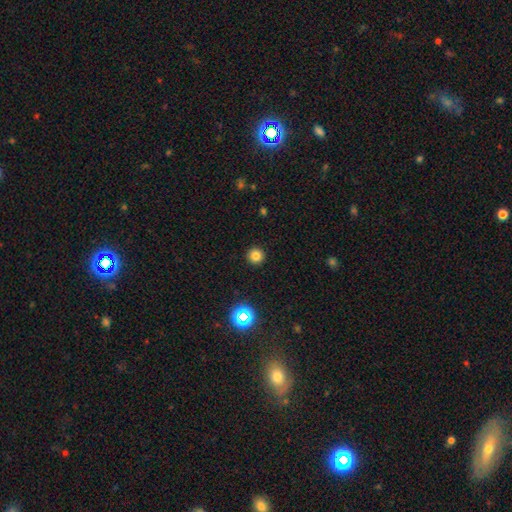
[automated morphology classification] Smooth or featured?
  - smooth: 80% *
  - star or artifact: 15%
  - featured or disk: 5%
How rounded?
  - round: 96% *
  - in between: 3%
  - cigar-shaped: 1%
Merging?
  - none: 93% *
  - minor disturbance: 4%
  - major disturbance: 2%
  - merger: 1%